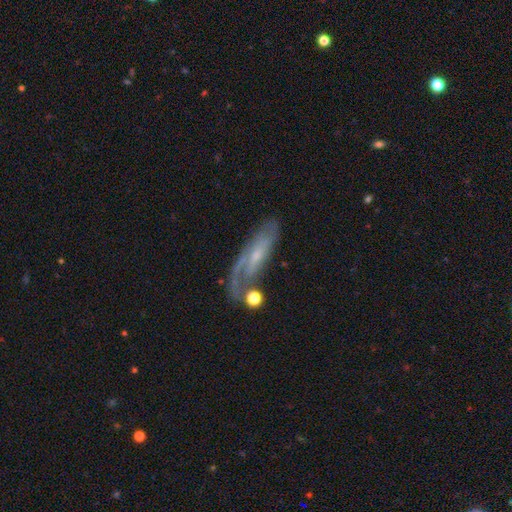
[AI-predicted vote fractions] smooth_or_featured: featured or disk (p=0.71) [alt: smooth p=0.22]
disk_edge_on: no (p=0.79) [alt: yes p=0.21]
bar: no (p=0.54) [alt: weak p=0.36]
has_spiral_arms: yes (p=0.84) [alt: no p=0.16]
bulge_size: small (p=0.66) [alt: moderate p=0.23]
merging: none (p=0.52) [alt: minor disturbance p=0.21]